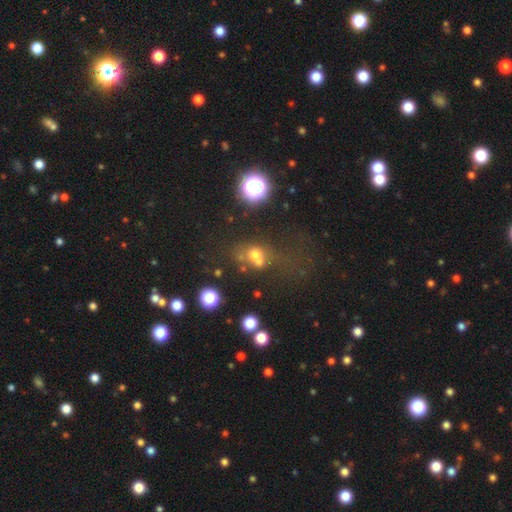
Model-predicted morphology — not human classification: type=smooth (57%); roundness=round (59%); merging=merger (41%).